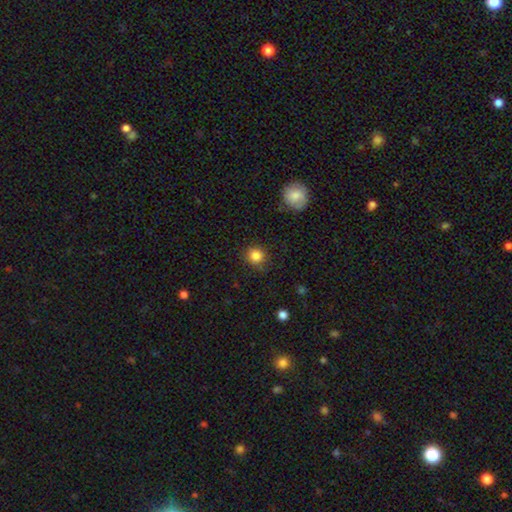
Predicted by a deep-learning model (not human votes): This appears to be a smooth galaxy with no disk features (85%) that is round (88%). Merging: none (80%).